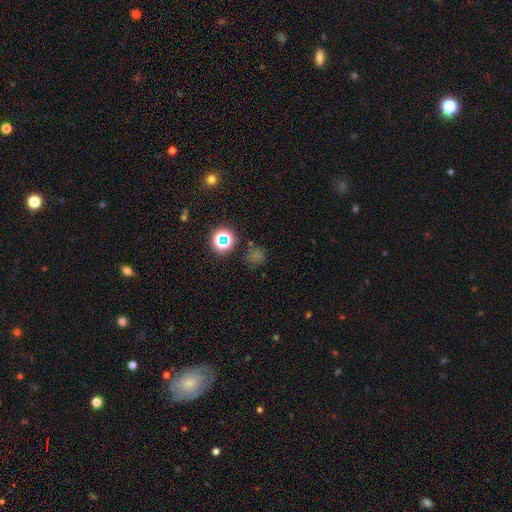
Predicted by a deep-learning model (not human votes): A smooth galaxy with no disk features (52%) that is round (87%).

Vote fractions:
- Smooth or featured? smooth: 52% / star or artifact: 41% / featured or disk: 7%
- How rounded? round: 87% / in between: 12% / cigar-shaped: 1%
- Merging? none: 78% / minor disturbance: 12% / major disturbance: 5% / merger: 5%